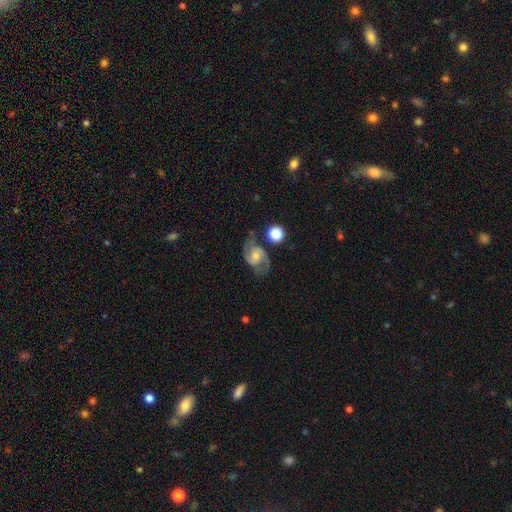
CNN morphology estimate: smooth-or-featured: featured or disk: 80% | smooth: 13% | star or artifact: 7%
  disk-edge-on: no: 97% | yes: 3%
    bar: no: 55% | weak: 36% | strong: 9%
    has-spiral-arms: yes: 94% | no: 6%
      spiral-winding: medium: 54% | loose: 27% | tight: 20%
      spiral-arm-count: 2: 91% | can't tell: 4% | 1: 2% | 3: 2% | 4: 1% | more than 4: 1%
    bulge-size: moderate: 50% | small: 41% | large: 5% | none: 3% | dominant: 1%
  merging: none: 67% | minor disturbance: 19% | major disturbance: 9% | merger: 5%